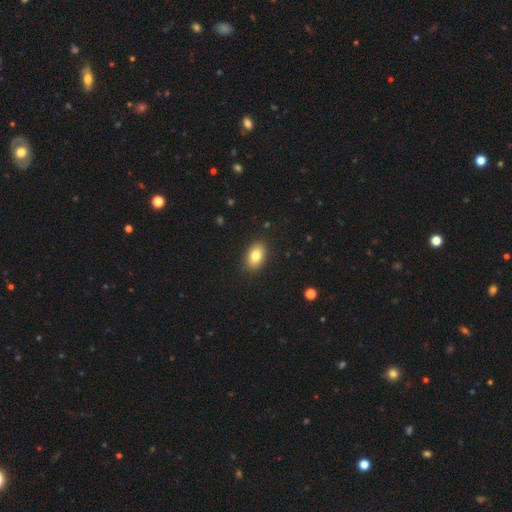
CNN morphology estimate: This is clearly a smooth galaxy (82%). How rounded: clearly in between (89%). Merging: clearly none (89%).